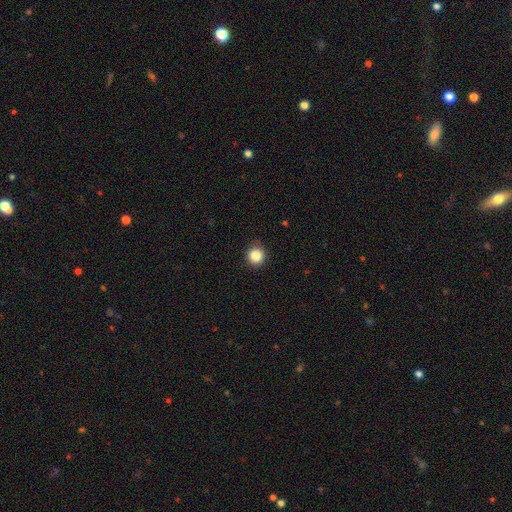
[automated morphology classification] type=smooth (86%); roundness=round (93%); merging=none (87%).